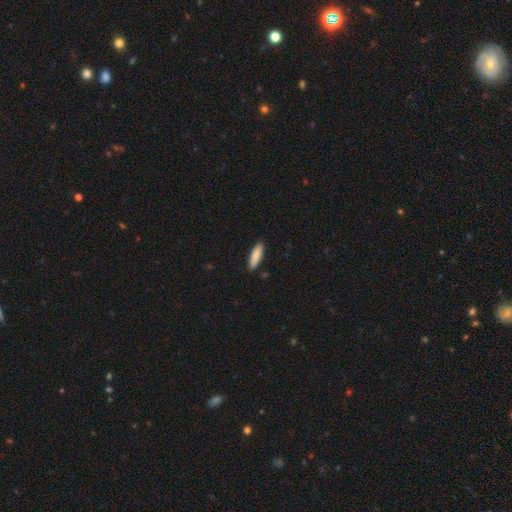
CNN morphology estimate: type=smooth (88%); roundness=cigar-shaped (65%); merging=none (89%).